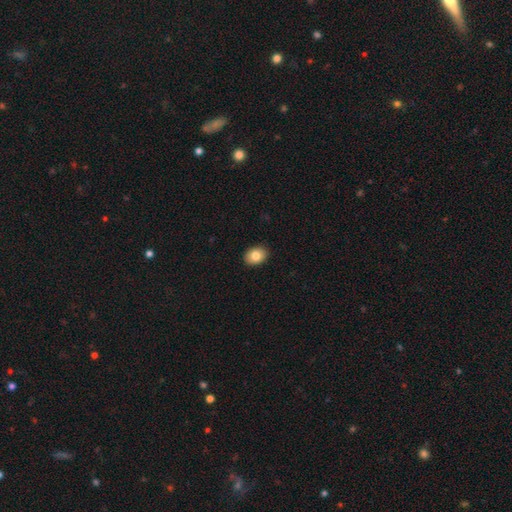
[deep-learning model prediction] This appears to be a smooth galaxy with no disk features (83%) that is in between round and cigar-shaped (71%). Merging: none (91%).